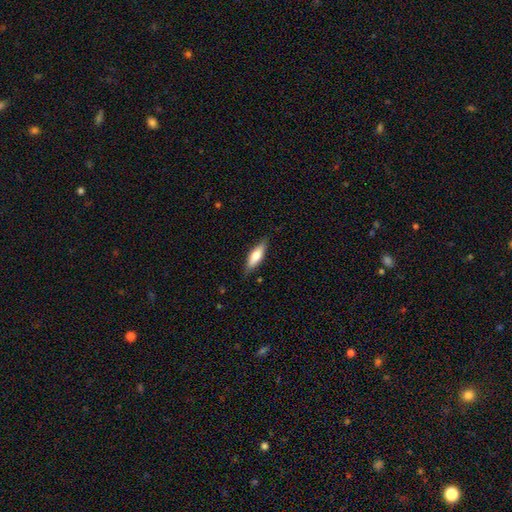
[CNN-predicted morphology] This appears to be a smooth galaxy with no disk features (62%) that is cigar-shaped (52%). Merging: none (83%).